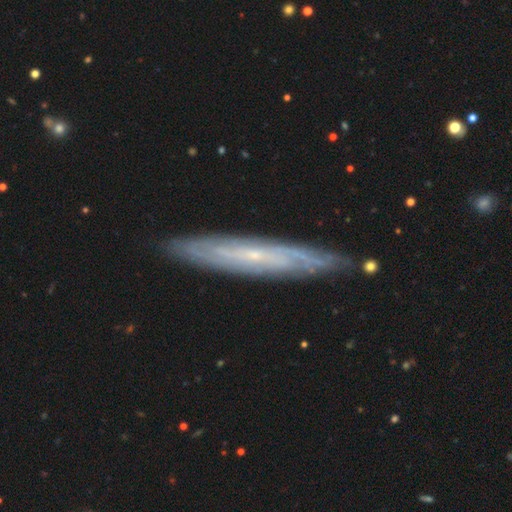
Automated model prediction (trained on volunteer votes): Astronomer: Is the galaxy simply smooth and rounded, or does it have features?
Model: featured or disk — 73%.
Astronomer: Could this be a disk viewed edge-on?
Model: yes — 57% (runner-up: no, 43%).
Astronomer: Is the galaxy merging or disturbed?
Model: none — 86%.